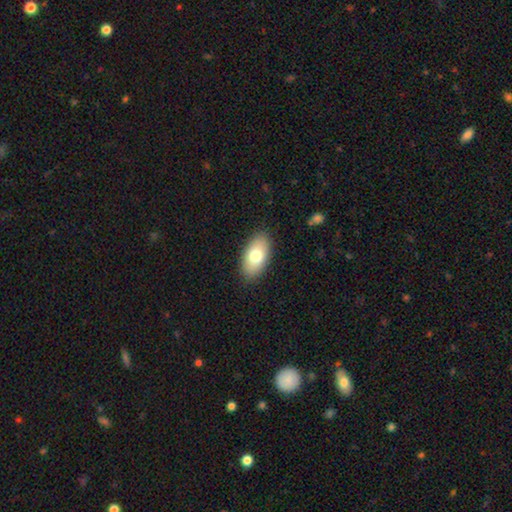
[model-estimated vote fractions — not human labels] Smooth or featured: smooth — 75% (featured or disk — 18%)
How rounded: in between — 93% (round — 3%)
Merging: none — 88% (minor disturbance — 9%)